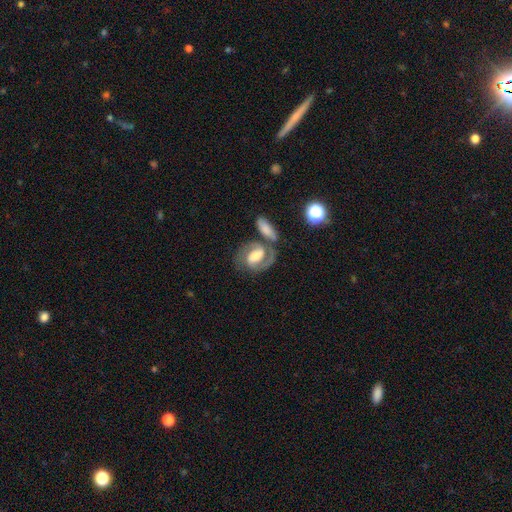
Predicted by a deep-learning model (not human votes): Smooth or featured? Predicted: featured or disk (p=0.80). Edge-on disk? Predicted: no (p=0.97). Bar? Predicted: weak (p=0.43). Spiral arms? Predicted: yes (p=0.95). Spiral winding? Predicted: medium (p=0.51). Spiral arm count? Predicted: 2 (p=0.87). Bulge size? Predicted: moderate (p=0.52). Merging? Predicted: none (p=0.57).